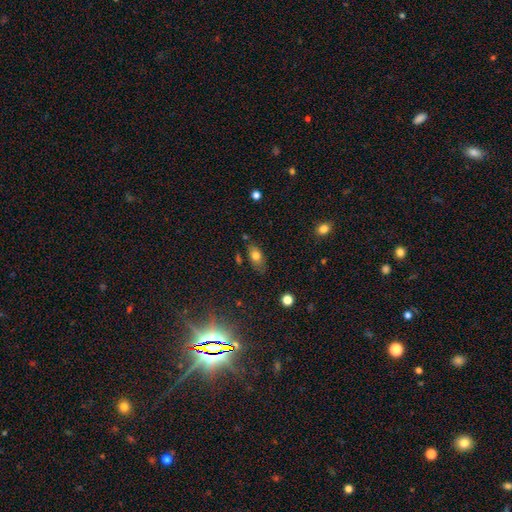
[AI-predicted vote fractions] Overall: smooth (74%). How rounded: in between (84%). Merging: none (73%).